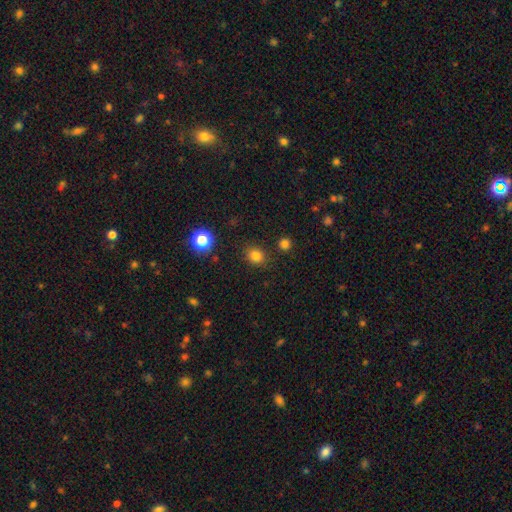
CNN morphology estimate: This appears to be a smooth galaxy with no disk features (81%) that is round (62%). Merging: none (85%).